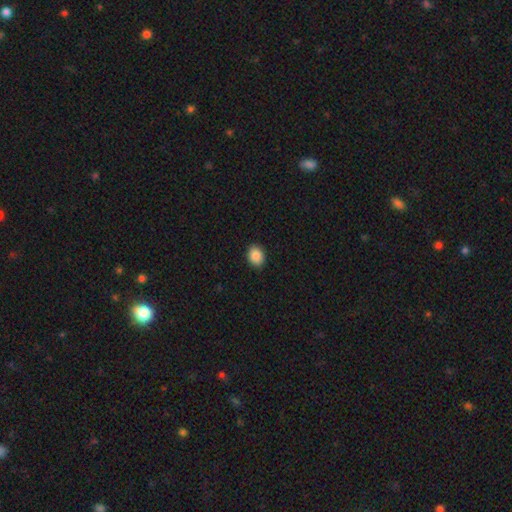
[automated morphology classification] type=smooth (88%); roundness=in between (64%); merging=none (90%).